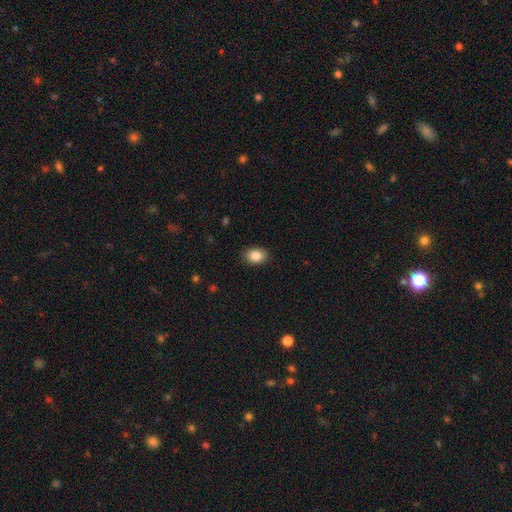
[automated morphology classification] Smooth or featured?
  - smooth: 86% *
  - star or artifact: 8%
  - featured or disk: 6%
How rounded?
  - in between: 77% *
  - round: 22%
  - cigar-shaped: 1%
Merging?
  - none: 88% *
  - minor disturbance: 9%
  - major disturbance: 2%
  - merger: 1%